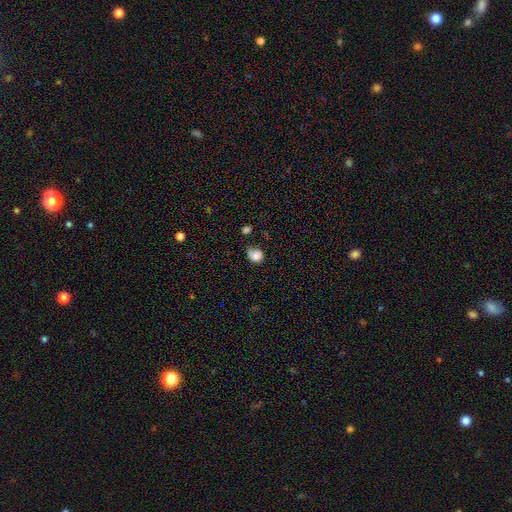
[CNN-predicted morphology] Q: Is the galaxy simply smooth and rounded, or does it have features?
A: smooth — 79%.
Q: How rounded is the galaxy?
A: round — 62%.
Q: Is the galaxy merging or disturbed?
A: none — 44%.